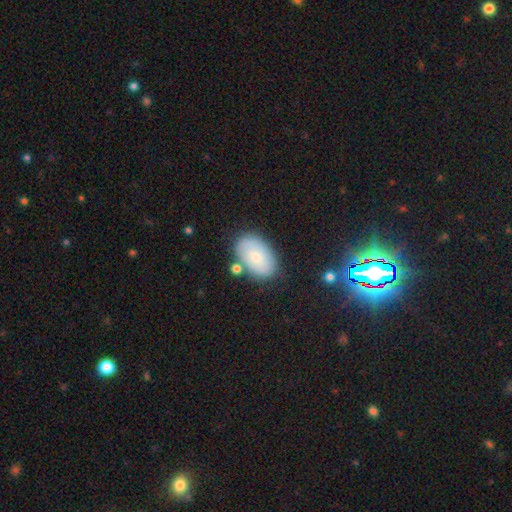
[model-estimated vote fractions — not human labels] Overall: smooth (71%). How rounded: in between (92%). Merging: none (76%).